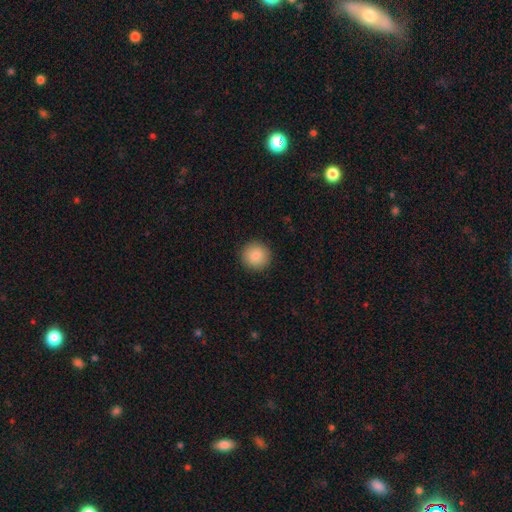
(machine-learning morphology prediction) smooth_or_featured: smooth (p=0.87) [alt: star or artifact p=0.08]
how_rounded: round (p=0.94) [alt: in between p=0.05]
merging: none (p=0.92) [alt: minor disturbance p=0.05]